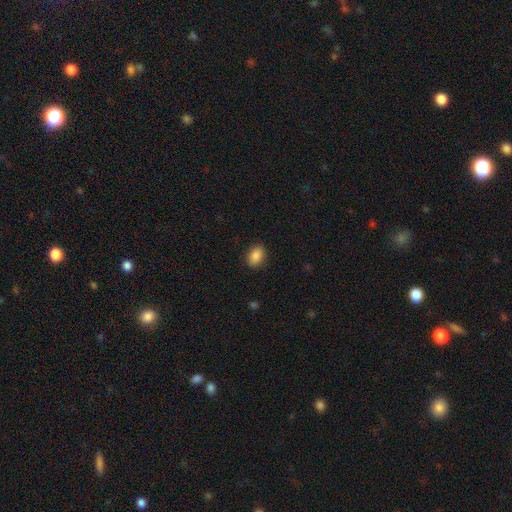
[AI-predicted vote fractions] Smooth or featured?
  - smooth: 88% *
  - star or artifact: 8%
  - featured or disk: 4%
How rounded?
  - in between: 80% *
  - round: 18%
  - cigar-shaped: 1%
Merging?
  - none: 89% *
  - minor disturbance: 8%
  - major disturbance: 2%
  - merger: 1%